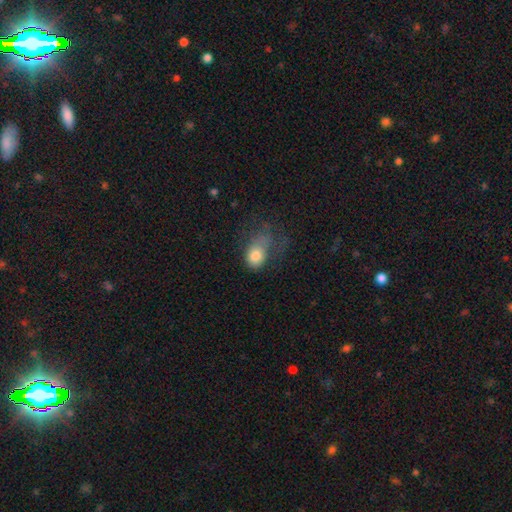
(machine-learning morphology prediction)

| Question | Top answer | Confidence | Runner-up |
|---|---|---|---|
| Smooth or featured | smooth | 77% | featured or disk (14%) |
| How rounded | in between | 73% | round (25%) |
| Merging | major disturbance | 48% | minor disturbance (27%) |